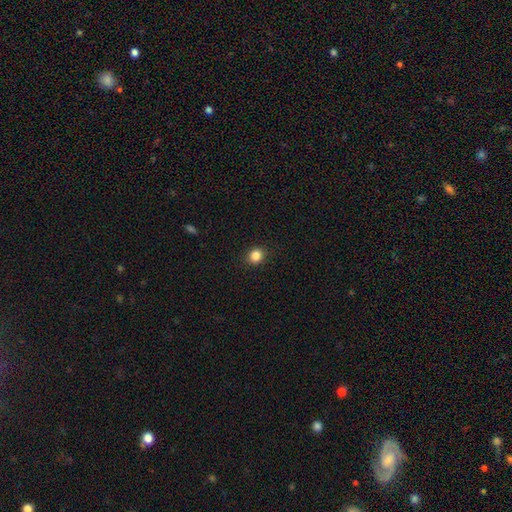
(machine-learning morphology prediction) Overall: smooth (85%). How rounded: round (77%). Merging: none (91%).